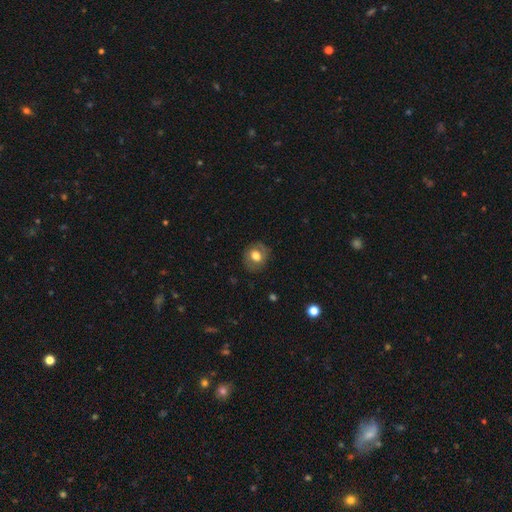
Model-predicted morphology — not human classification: Q: Smooth or featured?
A: smooth (66%); runner-up: featured or disk (25%)
Q: How rounded?
A: round (70%); runner-up: in between (29%)
Q: Merging?
A: none (79%); runner-up: minor disturbance (15%)